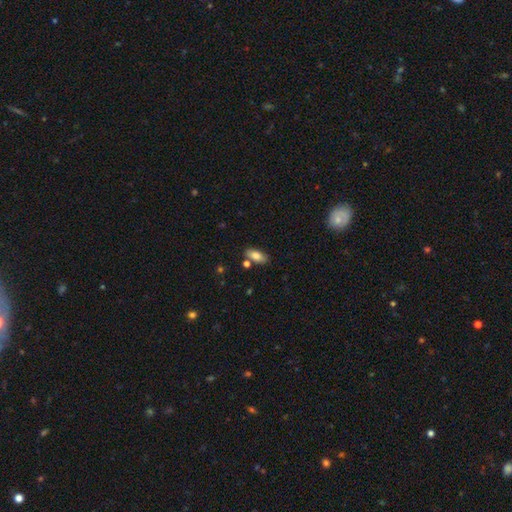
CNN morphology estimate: A smooth galaxy with no disk features (81%) that is in between round and cigar-shaped (87%).

Vote fractions:
- Smooth or featured? smooth: 81% / featured or disk: 12% / star or artifact: 7%
- How rounded? in between: 87% / cigar-shaped: 10% / round: 3%
- Merging? none: 76% / minor disturbance: 13% / merger: 8% / major disturbance: 3%